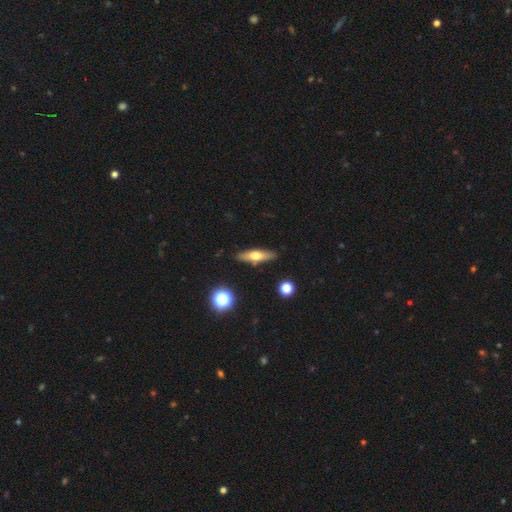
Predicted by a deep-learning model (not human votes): The model was most divided on "smooth or featured": smooth: 53%, featured or disk: 39%, star or artifact: 8%. More confident: merging — none (86%); how rounded — cigar-shaped (64%).